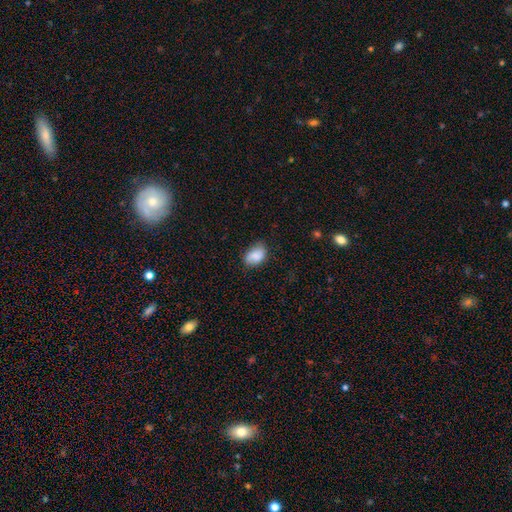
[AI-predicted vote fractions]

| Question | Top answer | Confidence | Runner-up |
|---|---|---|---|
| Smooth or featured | smooth | 83% | featured or disk (10%) |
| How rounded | in between | 84% | round (15%) |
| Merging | none | 66% | minor disturbance (26%) |